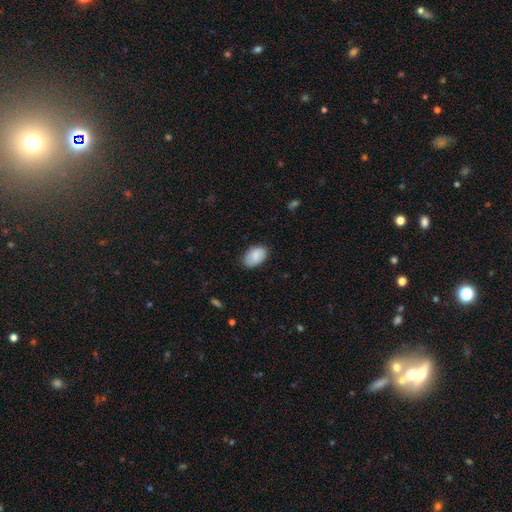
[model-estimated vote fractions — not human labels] Q: Smooth or featured?
A: smooth (86%); runner-up: featured or disk (7%)
Q: How rounded?
A: in between (91%); runner-up: round (8%)
Q: Merging?
A: none (80%); runner-up: minor disturbance (16%)